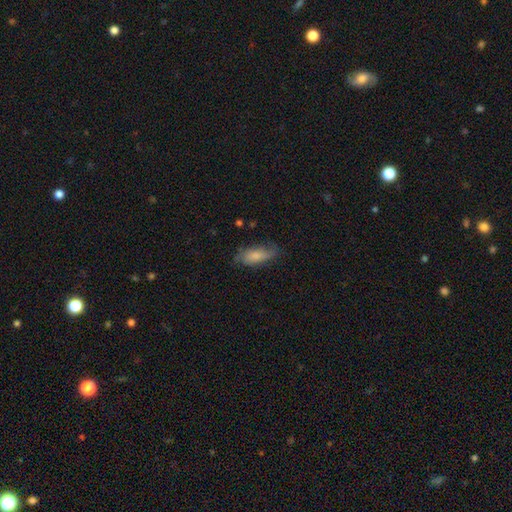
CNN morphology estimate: smooth 68%, featured or disk 26%, star or artifact 7%. Down the decision tree: how rounded — in between (76%); merging — none (67%).